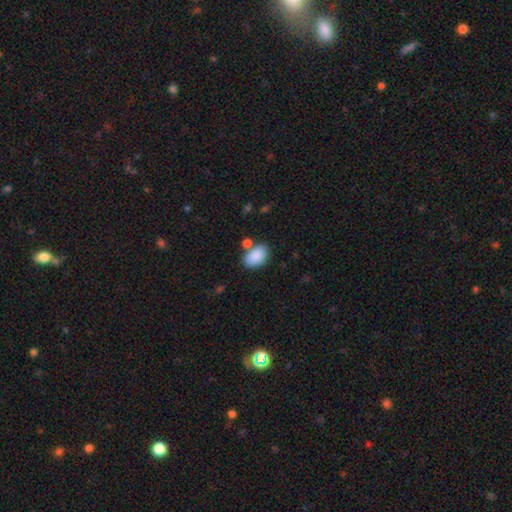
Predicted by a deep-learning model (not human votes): Smooth or featured? Predicted: smooth (p=0.88). How rounded? Predicted: in between (p=0.91). Merging? Predicted: none (p=0.69).